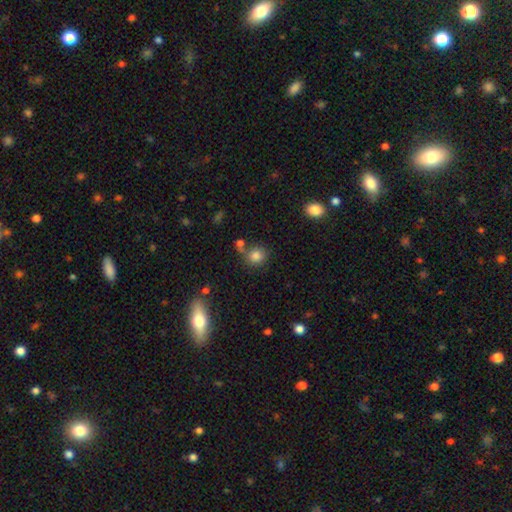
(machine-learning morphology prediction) smooth 82%, star or artifact 11%, featured or disk 7%. Down the decision tree: how rounded — round (83%); merging — none (67%).